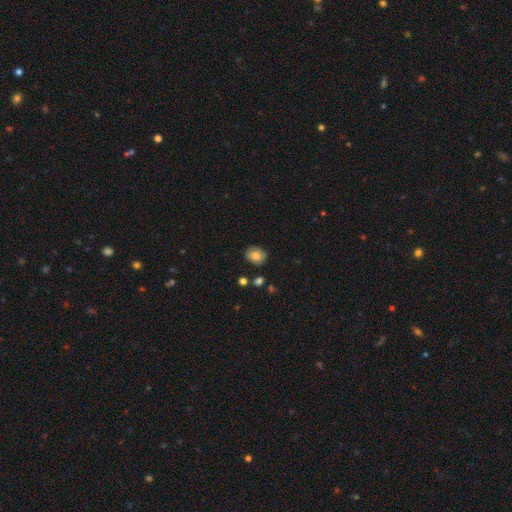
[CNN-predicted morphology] Smooth or featured: smooth — 76% (featured or disk — 15%)
How rounded: round — 51% (in between — 48%)
Merging: none — 83% (minor disturbance — 12%)